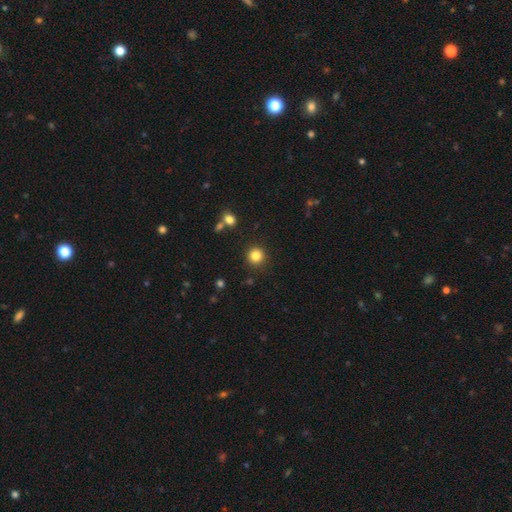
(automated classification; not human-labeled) Morphology: type=smooth (83%); roundness=round (93%); merging=none (89%).